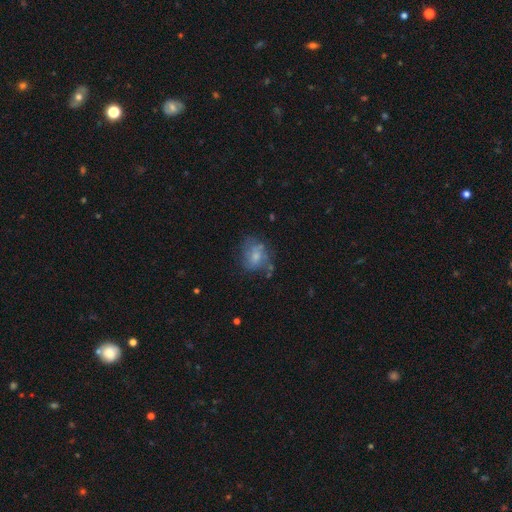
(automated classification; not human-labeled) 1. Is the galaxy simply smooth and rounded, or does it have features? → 55% smooth, 35% featured or disk, 11% star or artifact.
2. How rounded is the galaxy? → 56% in between, 43% round, 1% cigar-shaped.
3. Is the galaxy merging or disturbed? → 48% none, 26% minor disturbance, 19% major disturbance, 8% merger.